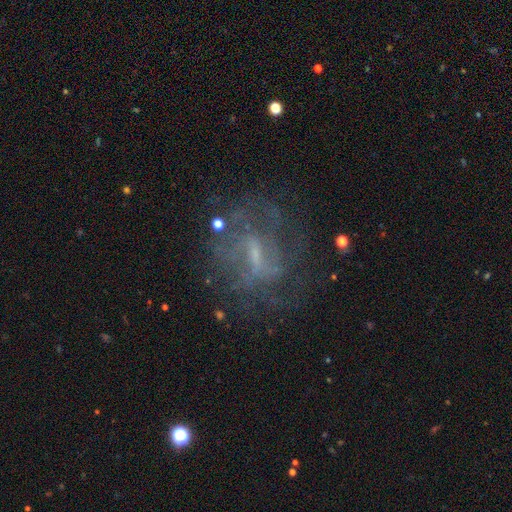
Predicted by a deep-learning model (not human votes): Smooth or featured? Predicted: featured or disk (p=0.71). Edge-on disk? Predicted: no (p=0.94). Bar? Predicted: weak (p=0.52). Spiral arms? Predicted: yes (p=0.63). Bulge size? Predicted: small (p=0.53). Merging? Predicted: none (p=0.62).